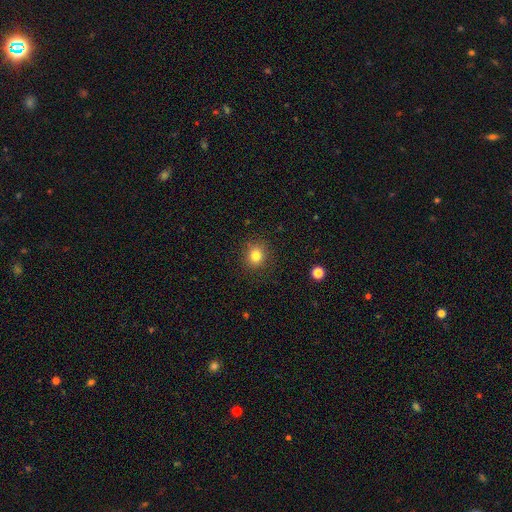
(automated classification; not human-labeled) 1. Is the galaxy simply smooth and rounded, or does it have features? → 81% smooth, 12% star or artifact, 6% featured or disk.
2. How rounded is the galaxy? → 78% round, 21% in between, 1% cigar-shaped.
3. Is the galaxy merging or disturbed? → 89% none, 8% minor disturbance, 3% major disturbance, 1% merger.